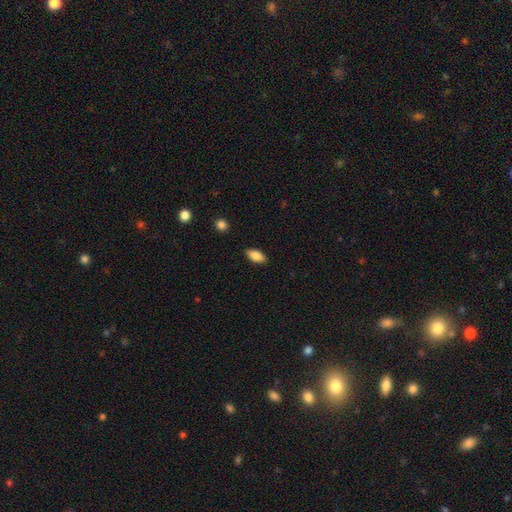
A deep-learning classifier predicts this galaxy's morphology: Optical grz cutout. It shows a smooth galaxy with no disk features (83%) that is in between round and cigar-shaped (88%). Merging: none (87%).